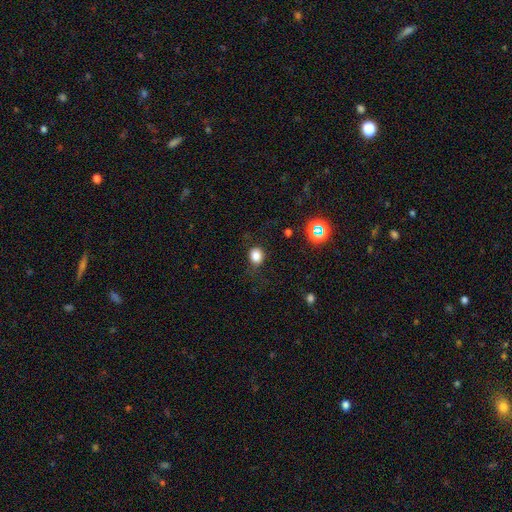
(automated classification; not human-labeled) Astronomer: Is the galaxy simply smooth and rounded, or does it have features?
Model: smooth — 81%.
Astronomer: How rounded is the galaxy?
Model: round — 66%.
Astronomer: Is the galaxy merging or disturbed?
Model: none — 74%.